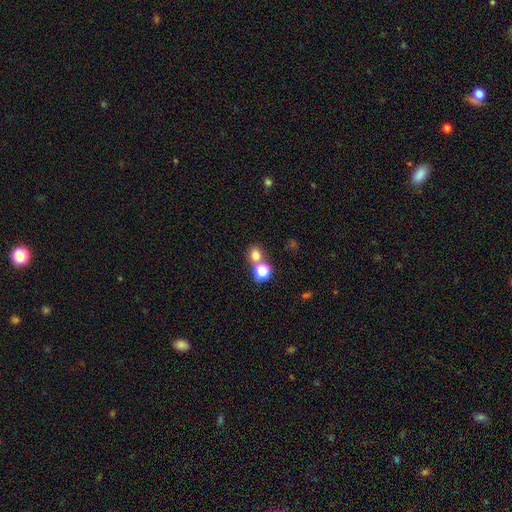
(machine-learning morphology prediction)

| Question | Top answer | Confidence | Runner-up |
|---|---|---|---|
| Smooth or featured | smooth | 74% | star or artifact (19%) |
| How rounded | round | 77% | in between (22%) |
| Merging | none | 60% | merger (30%) |